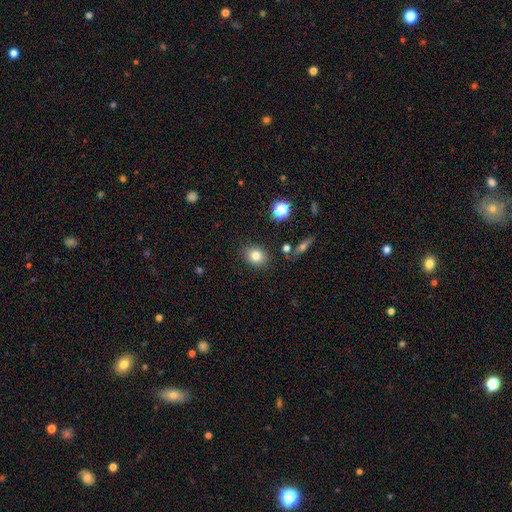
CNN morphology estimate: This appears to be a smooth galaxy with no disk features (80%) that is round (56%). Merging: none (86%).